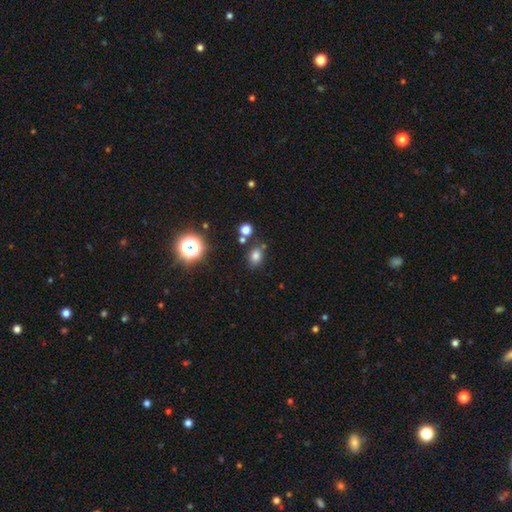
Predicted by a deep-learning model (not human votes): This is likely a smooth galaxy (76%). How rounded: possibly in between (60%). Merging: likely none (76%).